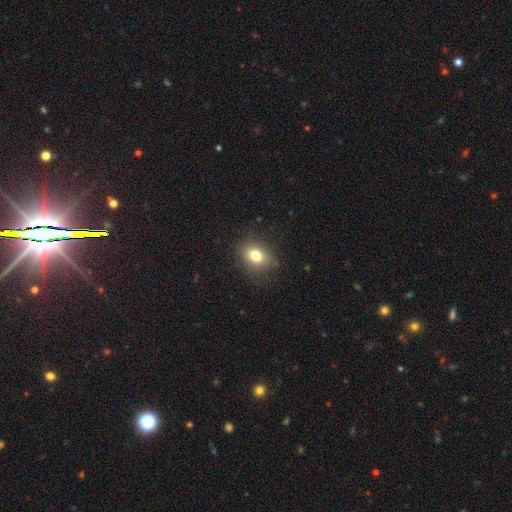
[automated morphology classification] Q: Smooth or featured?
A: smooth (79%); runner-up: star or artifact (11%)
Q: How rounded?
A: in between (67%); runner-up: round (32%)
Q: Merging?
A: none (85%); runner-up: minor disturbance (11%)